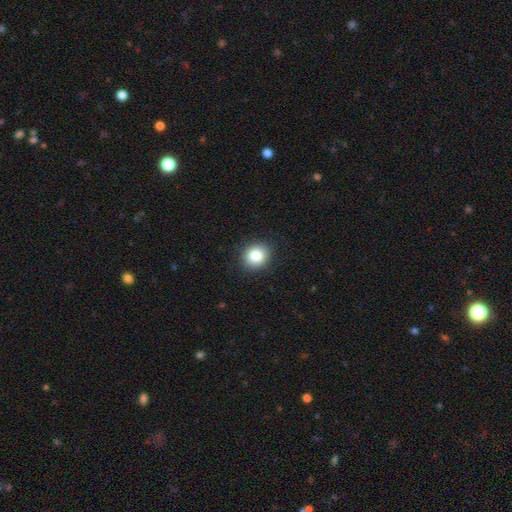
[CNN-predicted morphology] Overall: smooth (83%). How rounded: round (80%). Merging: none (91%).